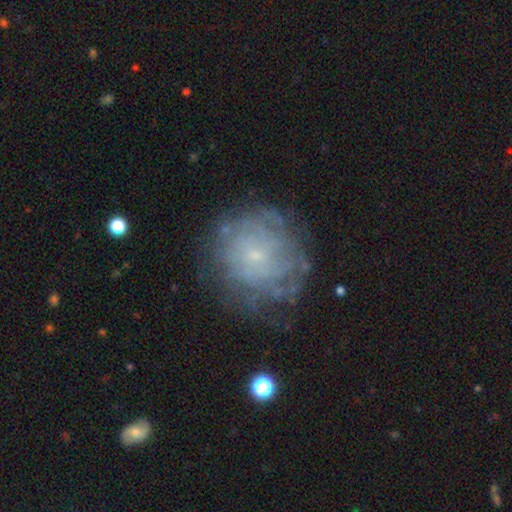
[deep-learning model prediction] Smooth or featured? Predicted: featured or disk (p=0.61). Edge-on disk? Predicted: no (p=0.97). Bar? Predicted: no (p=0.81). Spiral arms? Predicted: yes (p=0.67). Bulge size? Predicted: small (p=0.82). Merging? Predicted: none (p=0.67).